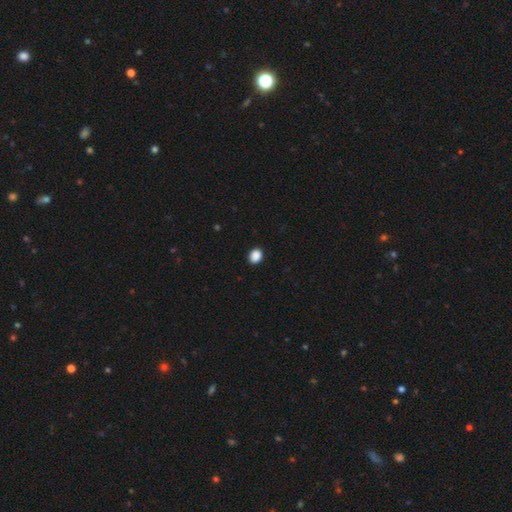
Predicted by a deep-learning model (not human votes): Q: Smooth or featured?
A: smooth (88%); runner-up: star or artifact (9%)
Q: How rounded?
A: round (50%); runner-up: in between (49%)
Q: Merging?
A: none (90%); runner-up: minor disturbance (7%)